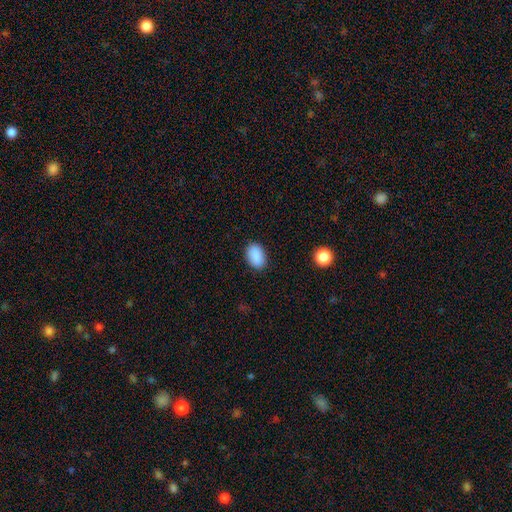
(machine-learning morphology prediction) This appears to be a smooth galaxy with no disk features (90%) that is in between round and cigar-shaped (87%). Merging: none (88%).